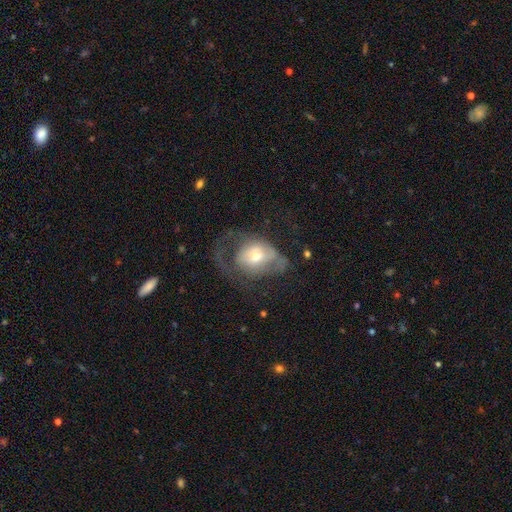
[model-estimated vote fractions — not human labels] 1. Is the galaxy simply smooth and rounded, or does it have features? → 51% featured or disk, 42% smooth, 8% star or artifact.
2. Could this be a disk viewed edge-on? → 94% no, 6% yes.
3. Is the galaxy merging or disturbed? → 54% major disturbance, 24% none, 19% minor disturbance, 3% merger.